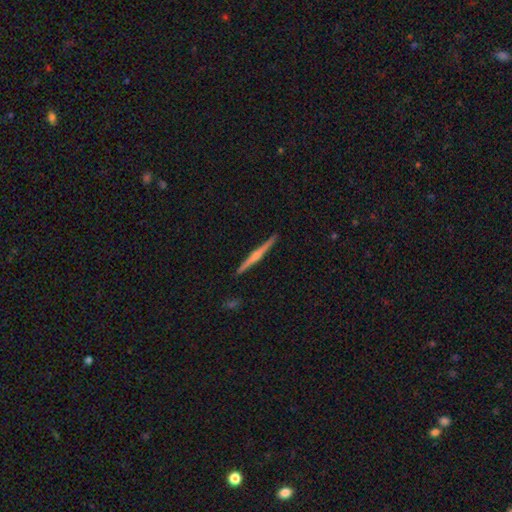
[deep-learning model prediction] This appears to be a featured or disk galaxy (75%) viewed edge-on (98%) with a rounded central bulge (80%). Merging: none (92%).